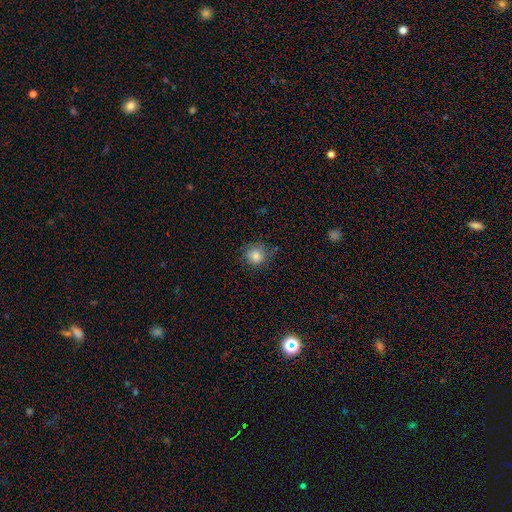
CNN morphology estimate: type=smooth (84%); roundness=round (90%); merging=none (80%).